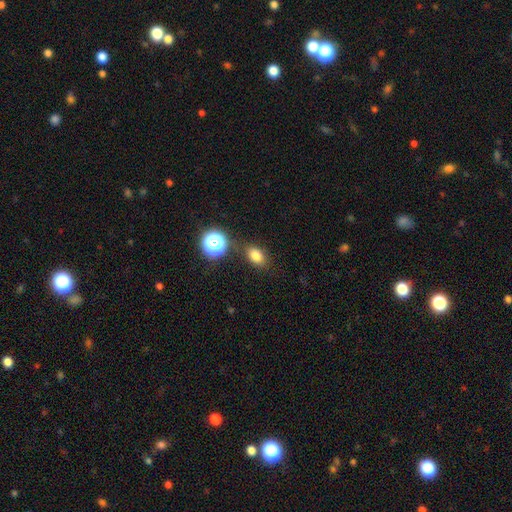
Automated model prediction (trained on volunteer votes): Smooth or featured? Predicted: smooth (p=0.79). How rounded? Predicted: in between (p=0.71). Merging? Predicted: none (p=0.79).